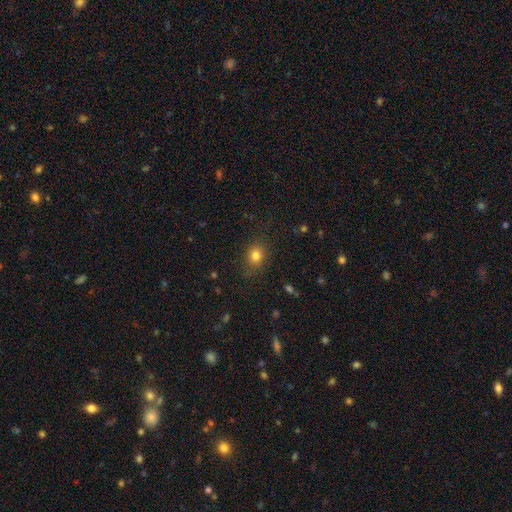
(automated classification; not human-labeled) This appears to be a smooth galaxy with no disk features (79%) that is round (61%). Merging: none (81%).